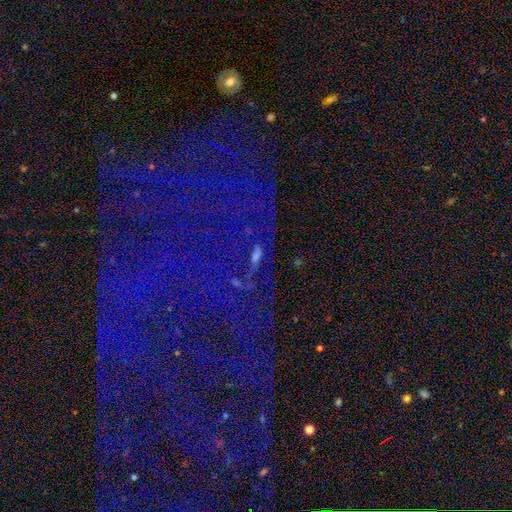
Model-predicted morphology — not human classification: Q: Smooth or featured?
A: star or artifact (75%); runner-up: smooth (13%)